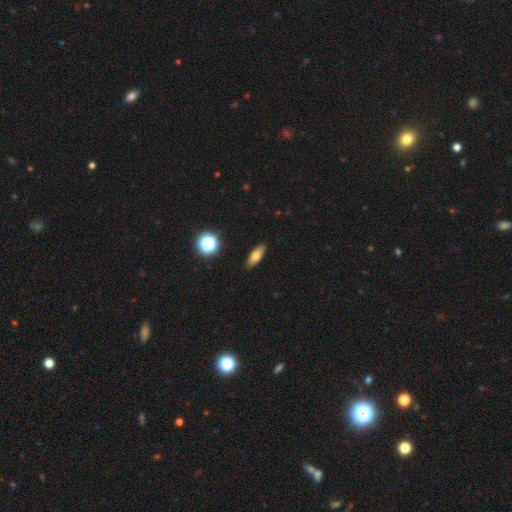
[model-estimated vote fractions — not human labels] A smooth galaxy with no disk features (72%) that is in between round and cigar-shaped (67%).

Vote fractions:
- Smooth or featured? smooth: 72% / featured or disk: 18% / star or artifact: 10%
- How rounded? in between: 67% / cigar-shaped: 28% / round: 5%
- Merging? none: 89% / minor disturbance: 8% / major disturbance: 2% / merger: 1%